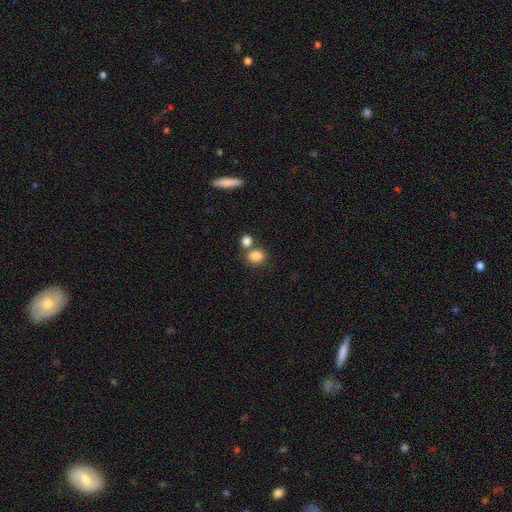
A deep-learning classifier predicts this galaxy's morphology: smooth-or-featured: smooth: 84% | star or artifact: 10% | featured or disk: 6%
  how-rounded: in between: 51% | round: 48% | cigar-shaped: 1%
  merging: none: 53% | merger: 33% | minor disturbance: 10% | major disturbance: 4%